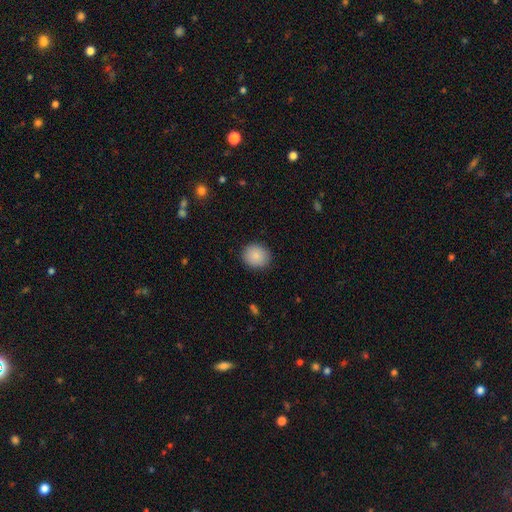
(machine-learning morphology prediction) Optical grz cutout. It shows a smooth galaxy with no disk features (88%) that is round (77%). Merging: none (90%).